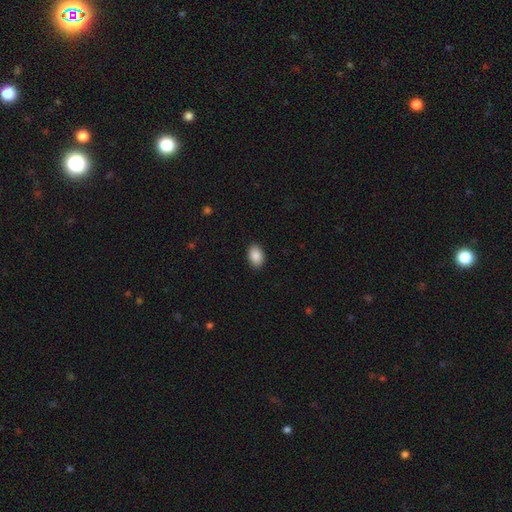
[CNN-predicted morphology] Overall: smooth (89%). How rounded: in between (89%). Merging: none (90%).